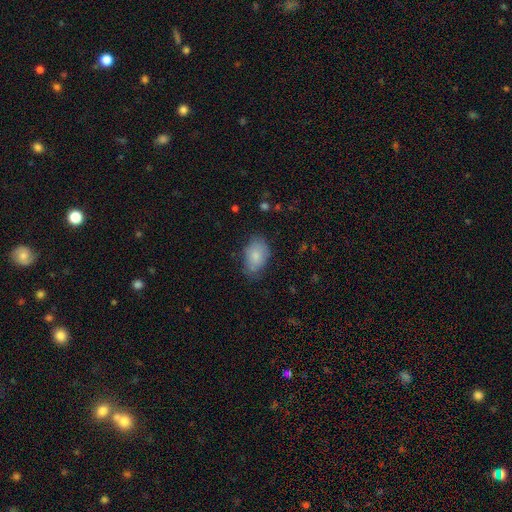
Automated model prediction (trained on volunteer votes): A smooth galaxy with no disk features (82%) that is in between round and cigar-shaped (89%).

Vote fractions:
- Smooth or featured? smooth: 82% / featured or disk: 11% / star or artifact: 7%
- How rounded? in between: 89% / round: 10% / cigar-shaped: 1%
- Merging? none: 66% / minor disturbance: 26% / major disturbance: 6% / merger: 2%